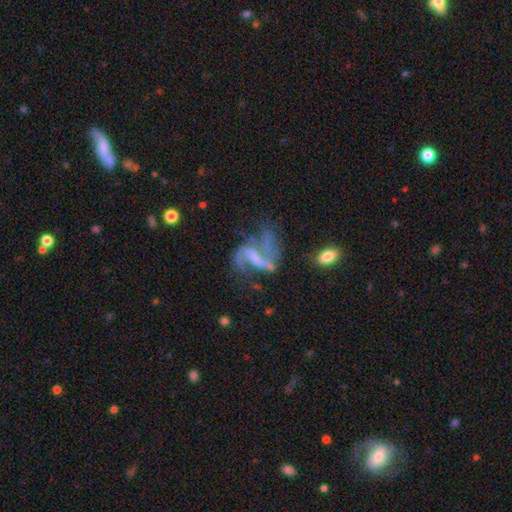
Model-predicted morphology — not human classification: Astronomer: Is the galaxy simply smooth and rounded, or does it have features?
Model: featured or disk — 77%.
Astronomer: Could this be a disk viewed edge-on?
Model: no — 94%.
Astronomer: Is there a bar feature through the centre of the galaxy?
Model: strong — 41% (runner-up: weak, 37%).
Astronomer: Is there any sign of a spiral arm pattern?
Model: yes — 85%.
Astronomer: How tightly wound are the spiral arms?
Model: loose — 69%.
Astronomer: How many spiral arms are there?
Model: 2 — 80%.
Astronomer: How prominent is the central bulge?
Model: small — 44% (runner-up: none, 36%).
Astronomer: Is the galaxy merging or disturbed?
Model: none — 48% (runner-up: major disturbance, 26%).